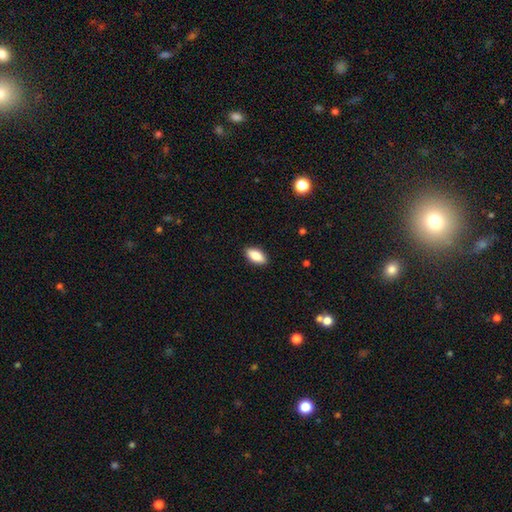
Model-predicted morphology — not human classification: Smooth or featured: smooth — 84% (featured or disk — 10%)
How rounded: in between — 88% (cigar-shaped — 9%)
Merging: none — 90% (minor disturbance — 8%)